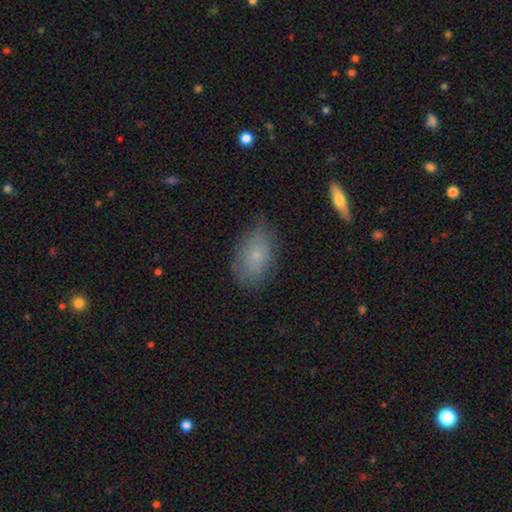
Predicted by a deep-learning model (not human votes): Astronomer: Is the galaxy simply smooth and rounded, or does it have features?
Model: smooth — 68%.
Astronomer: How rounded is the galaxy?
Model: in between — 89%.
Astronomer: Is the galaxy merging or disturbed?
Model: none — 69%.